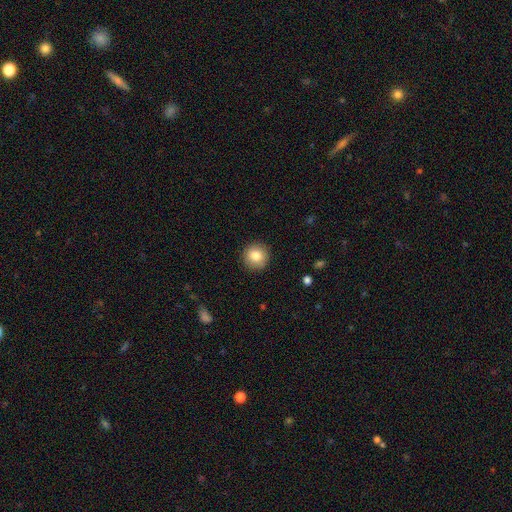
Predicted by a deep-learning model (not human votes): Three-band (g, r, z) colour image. It shows a smooth galaxy with no disk features (84%) that is round (94%). Merging: none (91%).